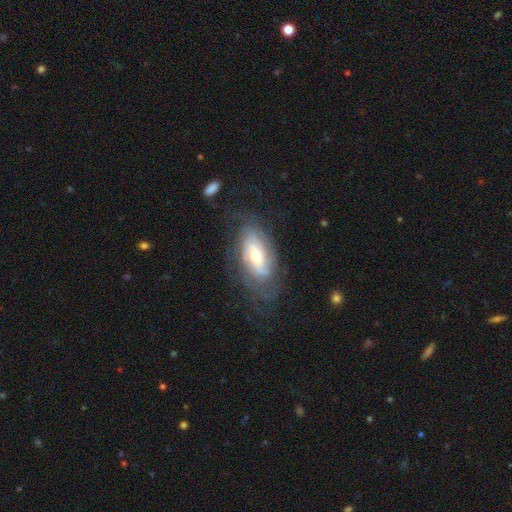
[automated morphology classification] Smooth or featured: featured or disk — 75% (smooth — 18%)
Edge-on disk: no — 91% (yes — 9%)
Bar: no — 47% (weak — 36%)
Spiral arms: yes — 88% (no — 12%)
Spiral winding: tight — 61% (medium — 28%)
Spiral arm count: can't tell — 49% (2 — 27%)
Bulge size: moderate — 59% (small — 32%)
Merging: none — 68% (minor disturbance — 19%)